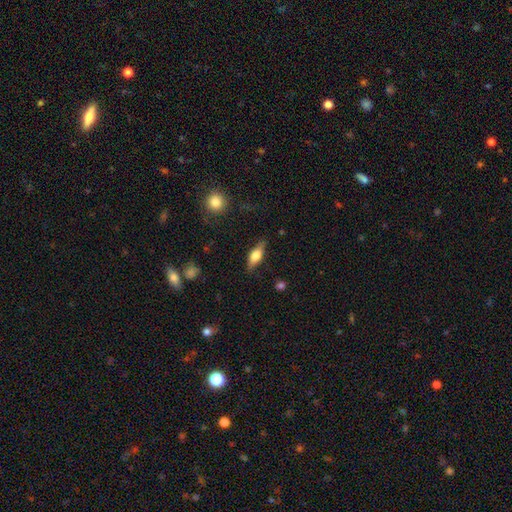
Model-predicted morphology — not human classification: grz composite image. It shows a smooth galaxy with no disk features (51%) that is in between round and cigar-shaped (62%). Merging: none (83%).